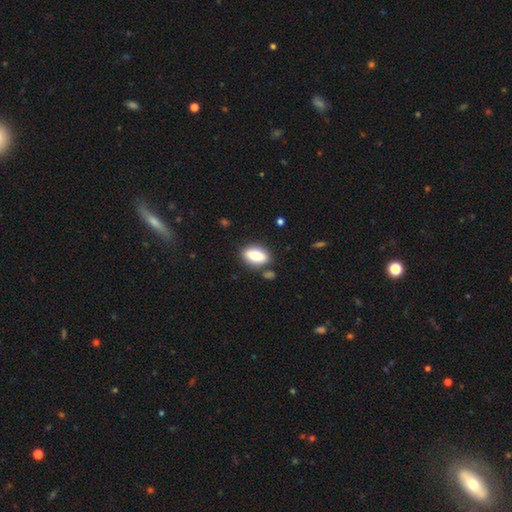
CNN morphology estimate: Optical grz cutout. It shows a smooth galaxy with no disk features (81%) that is in between round and cigar-shaped (87%). Merging: none (80%).